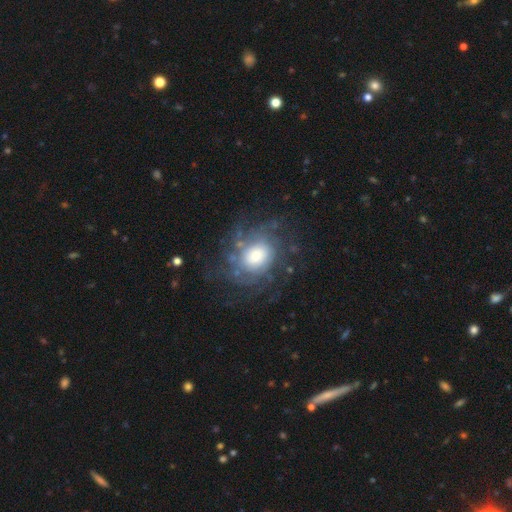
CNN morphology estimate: A featured or disk galaxy (72%) with no bar (77%), tight (53%) spiral arms (88%) and a large central bulge (42%). Merging: none (66%).